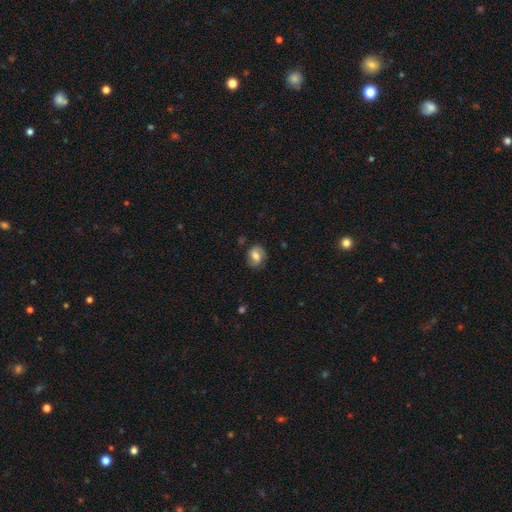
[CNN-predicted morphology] A smooth galaxy with no disk features (55%) that is round (54%). Merging: none (78%).